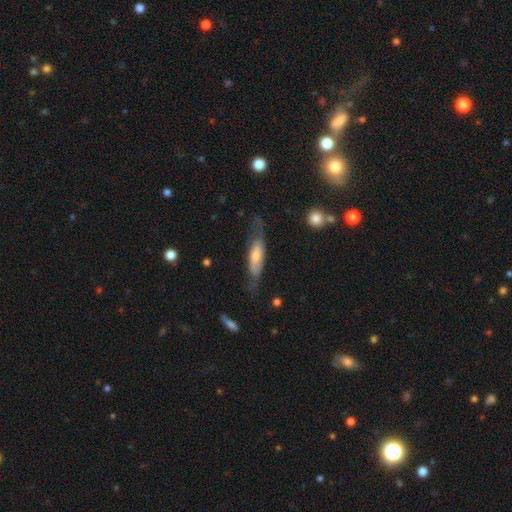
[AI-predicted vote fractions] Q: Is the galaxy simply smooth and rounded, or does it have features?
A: featured or disk — 48%.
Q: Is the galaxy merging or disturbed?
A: none — 56%.